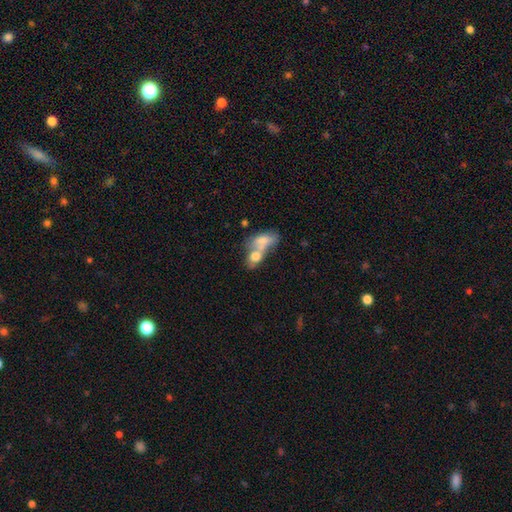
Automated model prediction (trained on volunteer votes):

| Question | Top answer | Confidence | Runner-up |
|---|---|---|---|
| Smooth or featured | smooth | 70% | featured or disk (22%) |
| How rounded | in between | 75% | round (20%) |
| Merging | merger | 72% | none (15%) |